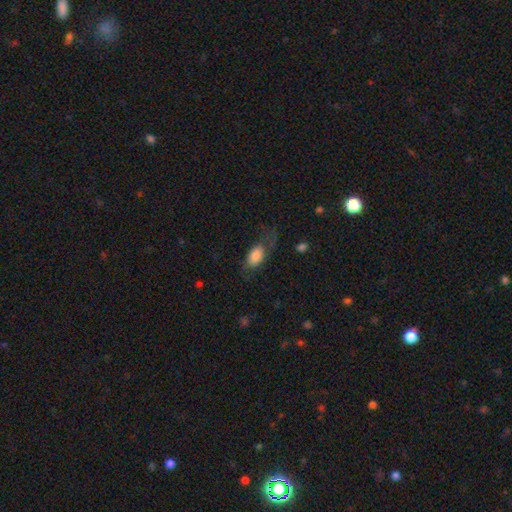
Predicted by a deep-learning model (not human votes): Smooth or featured? Predicted: smooth (p=0.75). How rounded? Predicted: in between (p=0.89). Merging? Predicted: none (p=0.47).